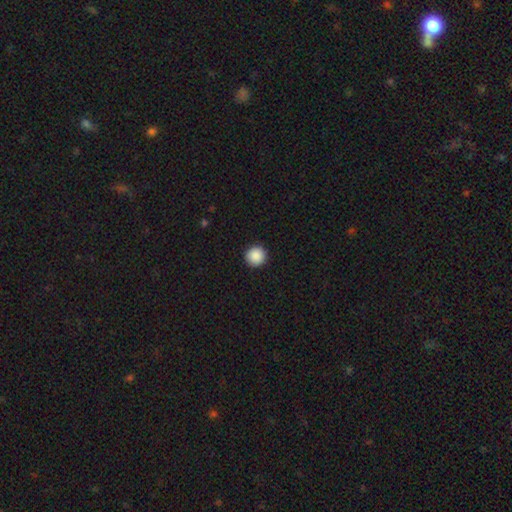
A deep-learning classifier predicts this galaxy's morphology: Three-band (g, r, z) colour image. It shows a smooth galaxy with no disk features (89%) that is round (95%). Merging: none (93%).